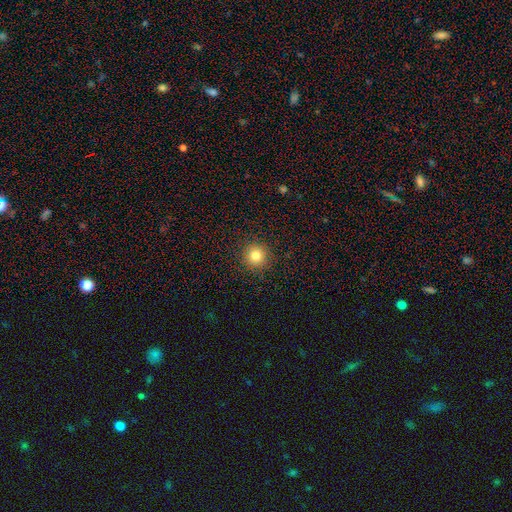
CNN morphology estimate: Overall: smooth (82%). How rounded: round (94%). Merging: none (91%).